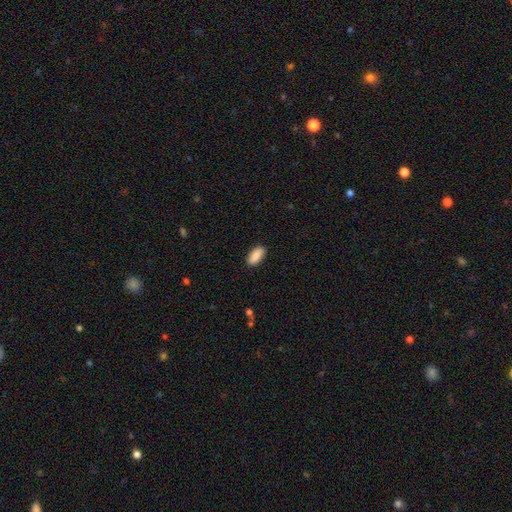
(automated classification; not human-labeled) smooth-or-featured: smooth: 90% | star or artifact: 6% | featured or disk: 4%
  how-rounded: in between: 90% | cigar-shaped: 8% | round: 2%
  merging: none: 89% | minor disturbance: 8% | major disturbance: 2% | merger: 1%